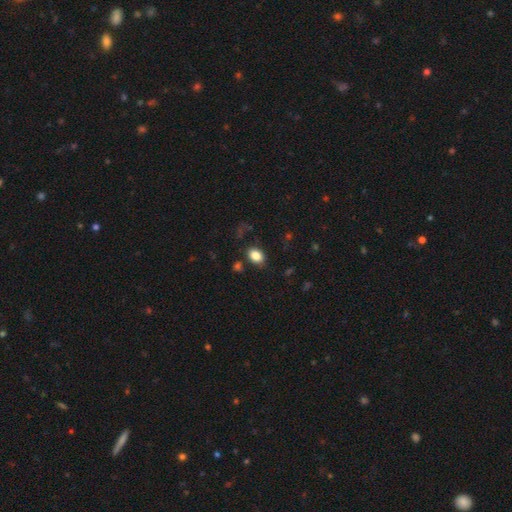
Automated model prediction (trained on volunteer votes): Smooth or featured? Predicted: smooth (p=0.85). How rounded? Predicted: in between (p=0.76). Merging? Predicted: none (p=0.81).